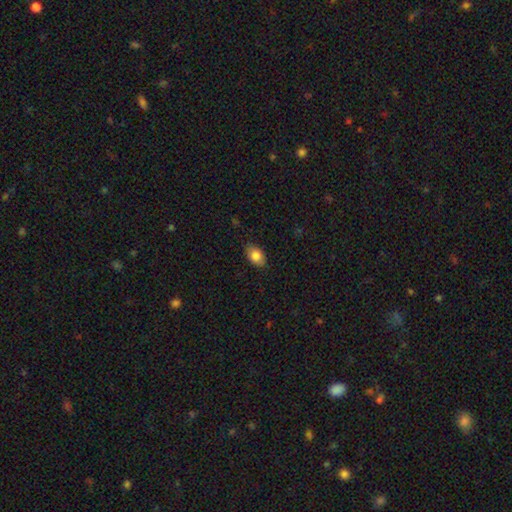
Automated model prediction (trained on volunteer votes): Q: Smooth or featured?
A: smooth (84%); runner-up: featured or disk (9%)
Q: How rounded?
A: in between (86%); runner-up: round (12%)
Q: Merging?
A: none (84%); runner-up: minor disturbance (13%)